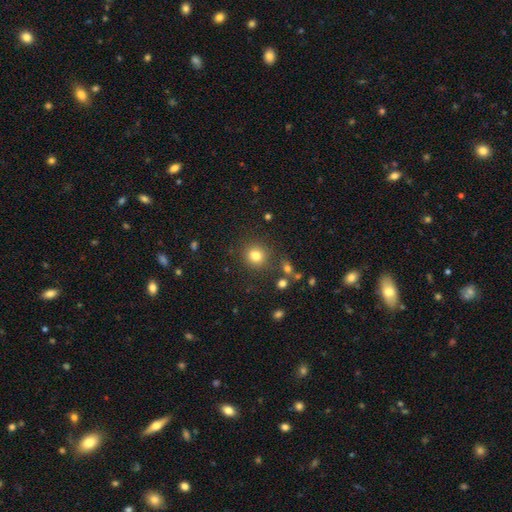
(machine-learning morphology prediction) A smooth galaxy with no disk features (80%) that is round (85%). Merging: none (83%).